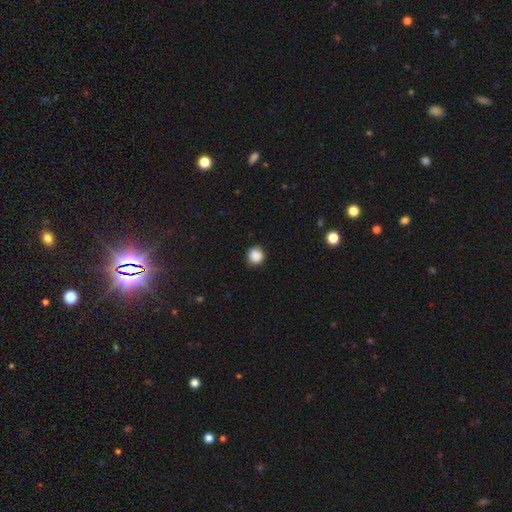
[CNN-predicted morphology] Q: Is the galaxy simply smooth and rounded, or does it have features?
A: smooth — 87%.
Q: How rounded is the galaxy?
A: round — 91%.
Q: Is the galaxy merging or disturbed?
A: none — 89%.